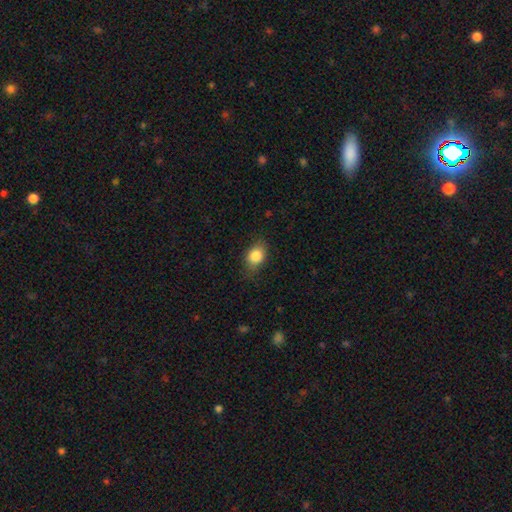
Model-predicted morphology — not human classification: Smooth or featured: smooth — 85% (star or artifact — 8%)
How rounded: in between — 69% (round — 29%)
Merging: none — 76% (minor disturbance — 18%)